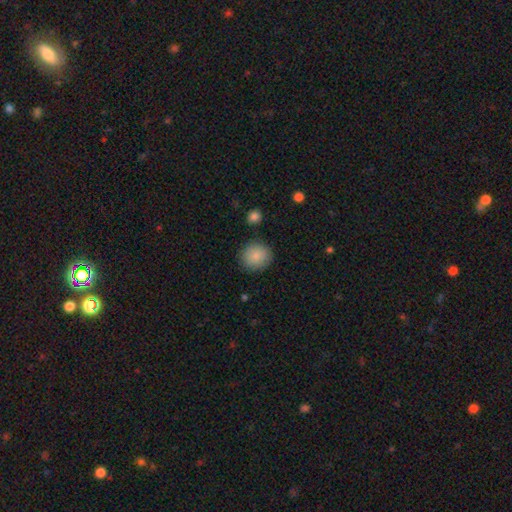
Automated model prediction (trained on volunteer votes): This is clearly a smooth galaxy (87%). How rounded: clearly round (88%). Merging: clearly none (86%).